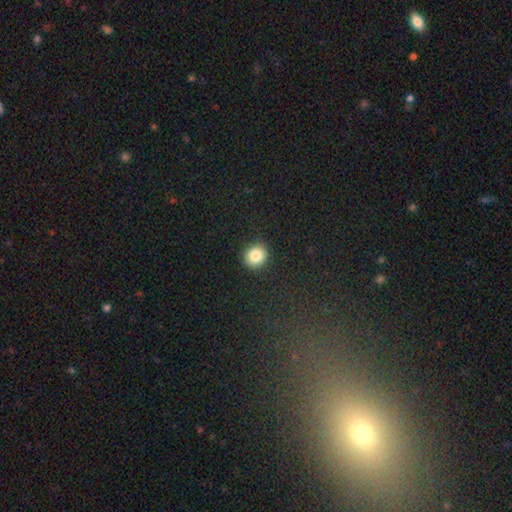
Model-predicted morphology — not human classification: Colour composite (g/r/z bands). It shows a smooth galaxy with no disk features (84%) that is round (85%). Merging: none (90%).